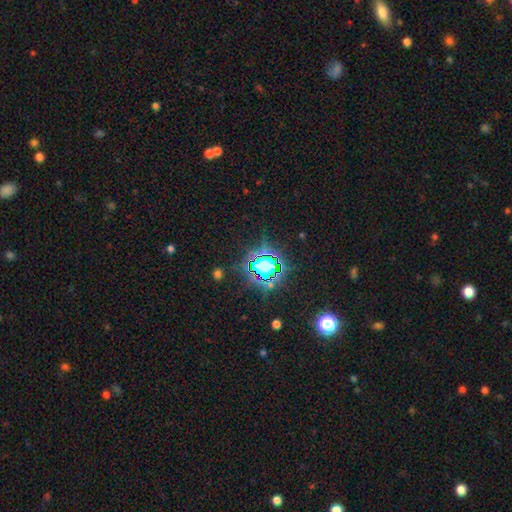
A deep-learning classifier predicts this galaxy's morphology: Smooth or featured? star or artifact (78%)